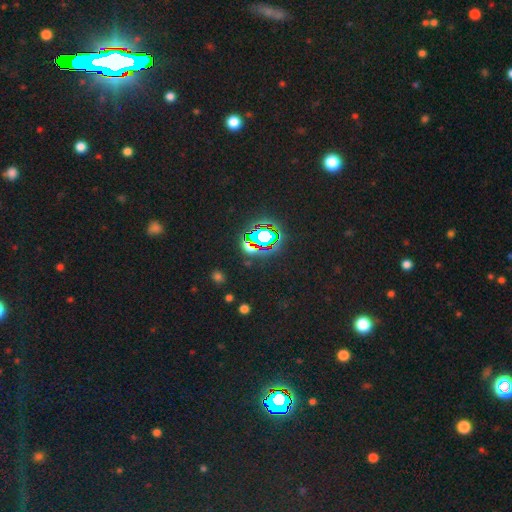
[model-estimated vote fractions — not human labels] star or artifact 82%, smooth 11%, featured or disk 7%.